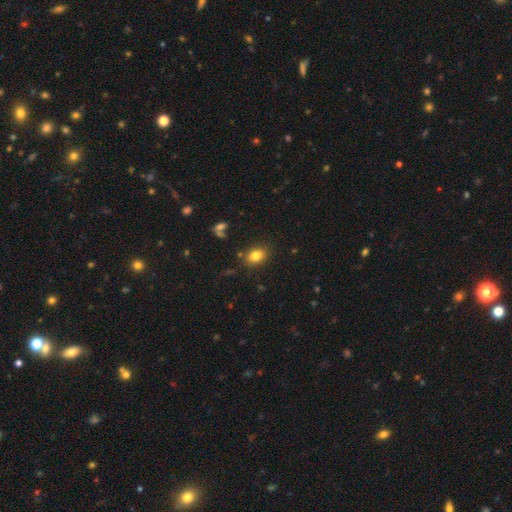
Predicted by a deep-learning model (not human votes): smooth_or_featured: smooth (p=0.83) [alt: star or artifact p=0.10]
how_rounded: in between (p=0.76) [alt: round p=0.23]
merging: none (p=0.84) [alt: minor disturbance p=0.11]